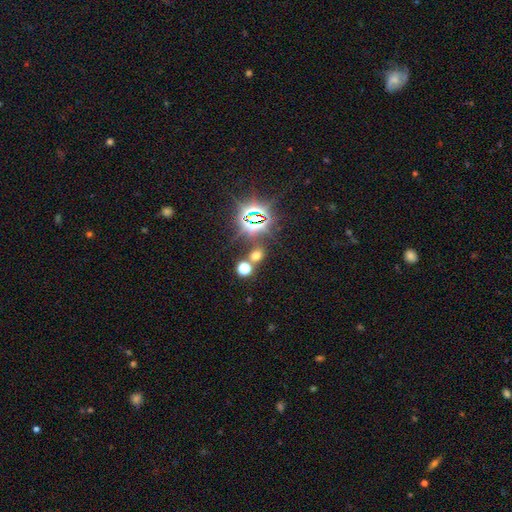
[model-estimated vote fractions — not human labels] Smooth or featured?
  - star or artifact: 47% *
  - smooth: 45%
  - featured or disk: 7%